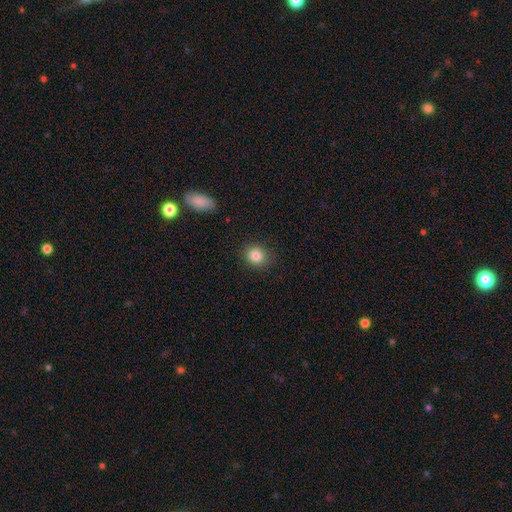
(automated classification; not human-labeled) Smooth or featured? smooth (84%)
How rounded? round (77%)
Merging? none (89%)